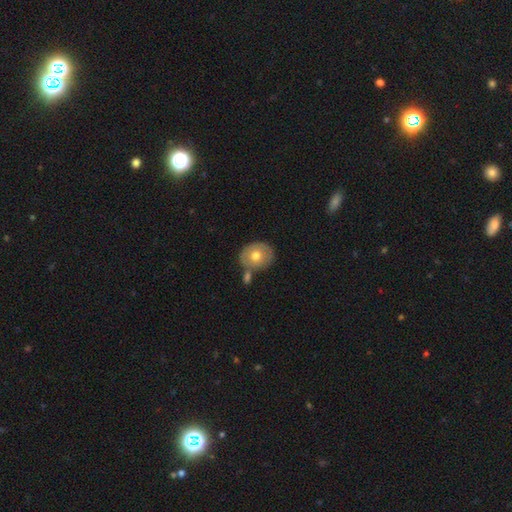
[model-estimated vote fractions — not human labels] This appears to be a smooth galaxy with no disk features (64%) that is round (64%). Merging: none (57%).